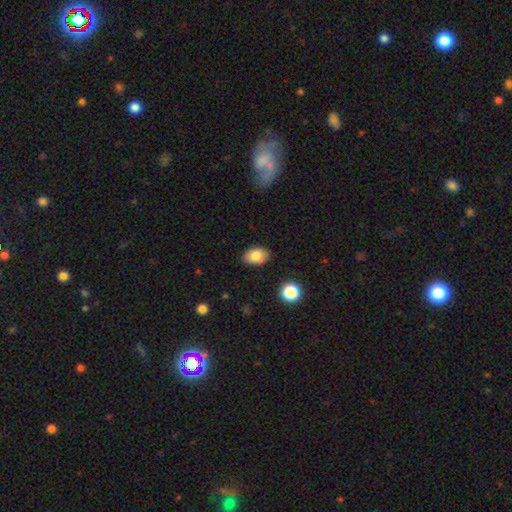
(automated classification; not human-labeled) Q: Smooth or featured?
A: smooth (83%); runner-up: featured or disk (9%)
Q: How rounded?
A: in between (87%); runner-up: round (12%)
Q: Merging?
A: none (86%); runner-up: minor disturbance (10%)